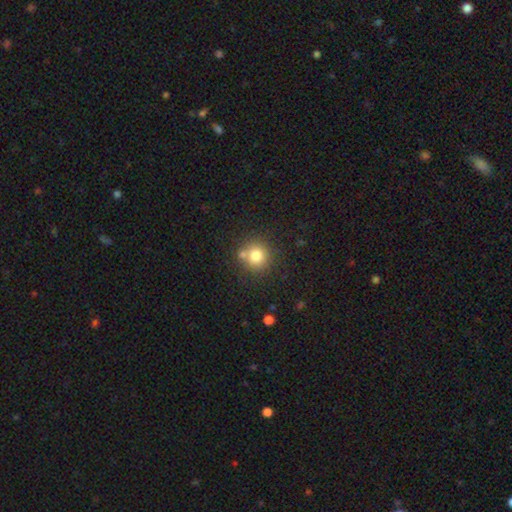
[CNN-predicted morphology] A smooth galaxy with no disk features (78%) that is round (91%). Merging: none (69%).